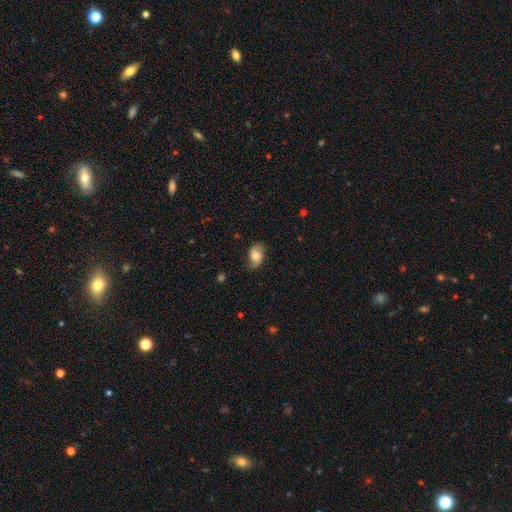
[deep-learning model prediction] The model was most divided on "smooth or featured": smooth: 65%, featured or disk: 26%, star or artifact: 8%. More confident: how rounded — in between (86%); merging — none (69%).